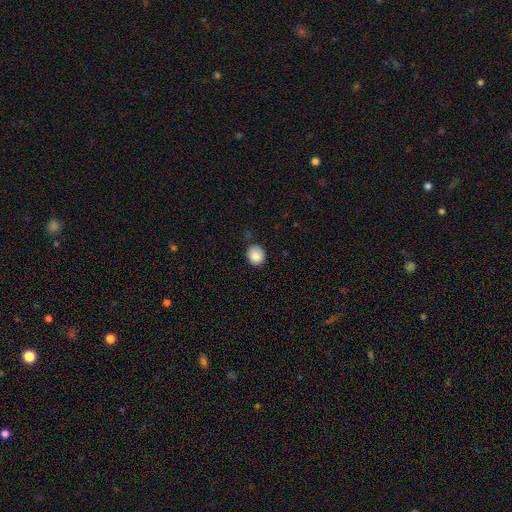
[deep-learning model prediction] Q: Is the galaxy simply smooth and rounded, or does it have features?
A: smooth — 87%.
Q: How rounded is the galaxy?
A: round — 73%.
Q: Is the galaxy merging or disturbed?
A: none — 75%.